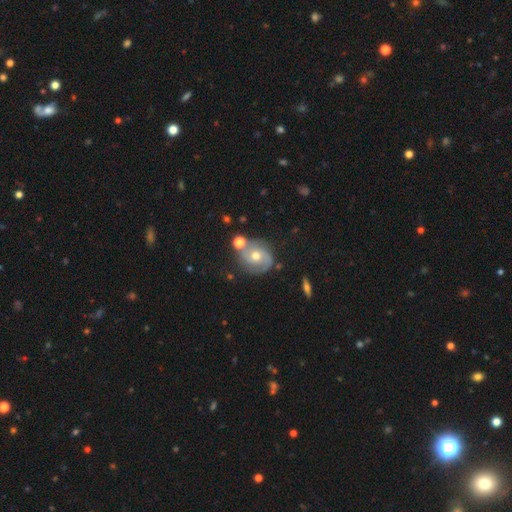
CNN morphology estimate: This is likely a featured or disk galaxy (66%). It is clearly not viewed edge-on (97%). Bar: likely no (71%). Spiral arm pattern: clearly yes (87%). Spiral arm count: likely 2 (70%). Spiral winding: marginally medium (42%, tied with tight). Central bulge: likely moderate (69%). Merging: likely none (65%).